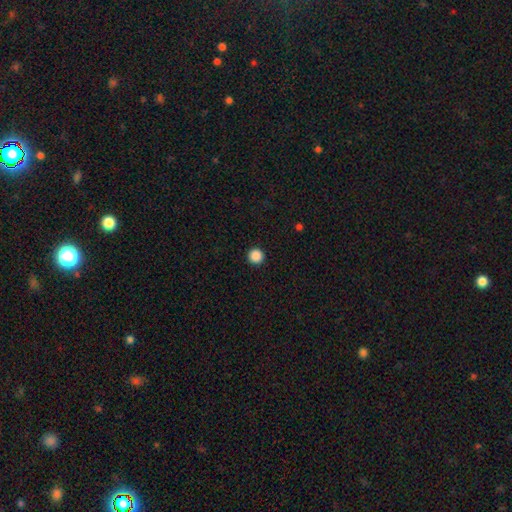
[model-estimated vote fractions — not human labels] smooth 88%, star or artifact 10%, featured or disk 2%. Down the decision tree: how rounded — round (97%); merging — none (94%).